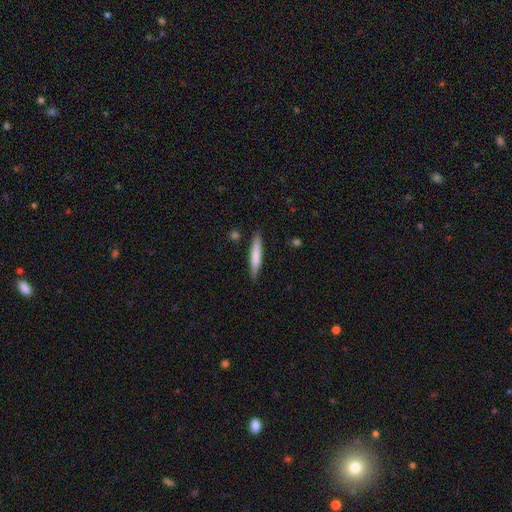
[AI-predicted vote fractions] smooth-or-featured: smooth: 74% | featured or disk: 21% | star or artifact: 5%
  how-rounded: cigar-shaped: 92% | in between: 7% | round: 1%
  merging: none: 88% | minor disturbance: 9% | major disturbance: 2% | merger: 2%